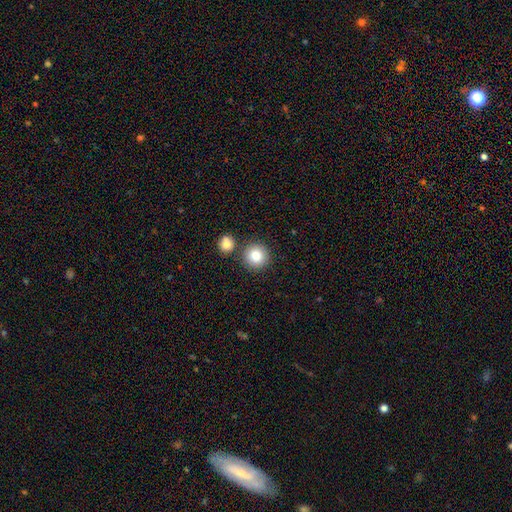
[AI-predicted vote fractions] Smooth or featured? Predicted: smooth (p=0.82). How rounded? Predicted: round (p=0.94). Merging? Predicted: none (p=0.81).